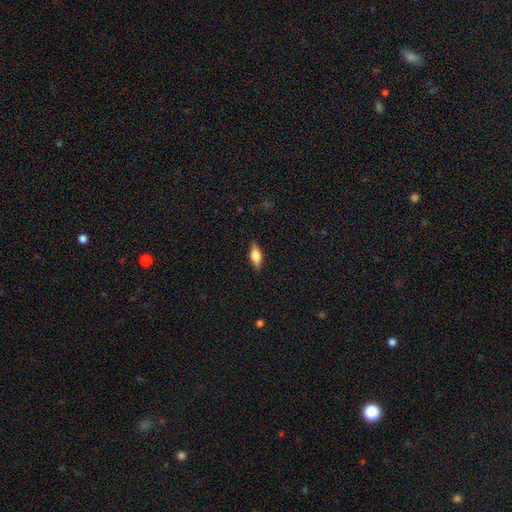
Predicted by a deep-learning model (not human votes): This is likely a smooth galaxy (64%). How rounded: likely in between (70%). Merging: clearly none (86%).